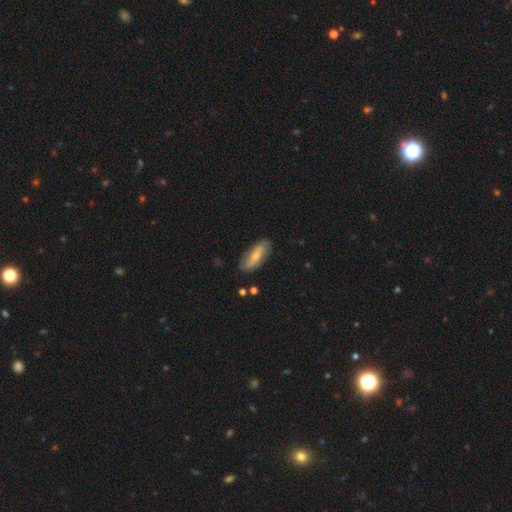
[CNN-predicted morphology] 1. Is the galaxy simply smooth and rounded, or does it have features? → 57% smooth, 37% featured or disk, 6% star or artifact.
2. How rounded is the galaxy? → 69% in between, 29% cigar-shaped, 3% round.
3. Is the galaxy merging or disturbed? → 79% none, 16% minor disturbance, 3% major disturbance, 2% merger.